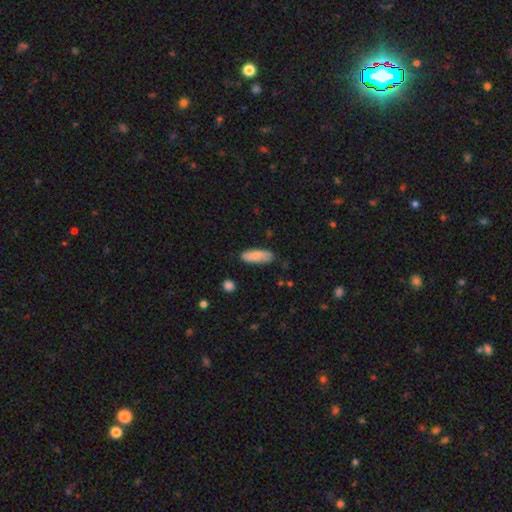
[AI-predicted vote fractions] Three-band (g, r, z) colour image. It shows a smooth galaxy with no disk features (81%) that is in between round and cigar-shaped (69%). Merging: none (81%).